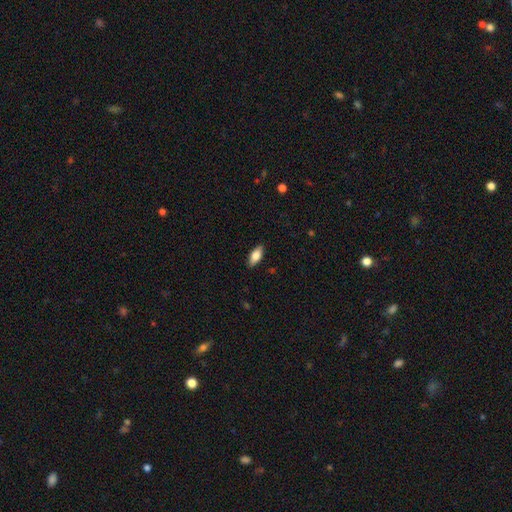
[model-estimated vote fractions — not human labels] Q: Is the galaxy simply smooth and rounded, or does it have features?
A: smooth — 75%.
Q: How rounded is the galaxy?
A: in between — 81%.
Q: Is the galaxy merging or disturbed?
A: none — 87%.